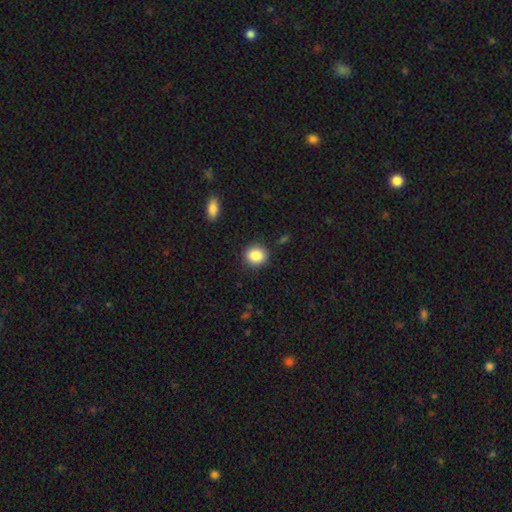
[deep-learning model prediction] This is clearly a smooth galaxy (88%). How rounded: clearly round (81%). Merging: clearly none (88%).